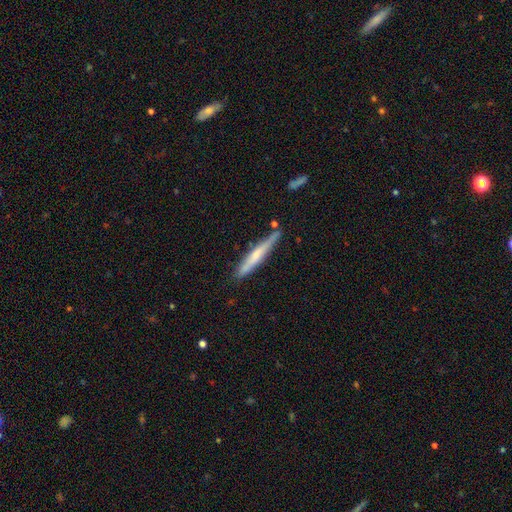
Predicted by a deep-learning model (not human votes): Smooth or featured?
  - smooth: 50% *
  - featured or disk: 44%
  - star or artifact: 6%
How rounded?
  - cigar-shaped: 95% *
  - in between: 4%
  - round: 1%
Merging?
  - none: 77% *
  - minor disturbance: 16%
  - merger: 4%
  - major disturbance: 3%